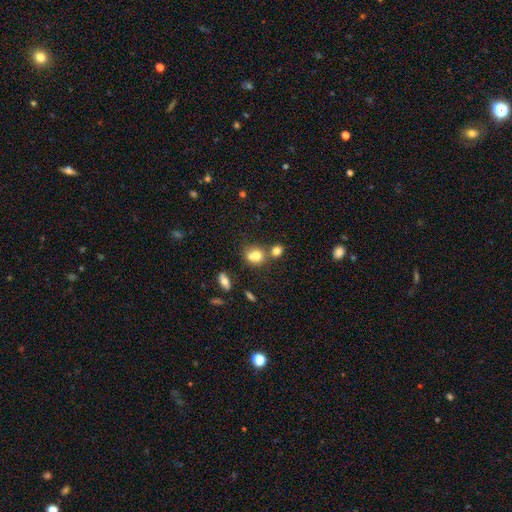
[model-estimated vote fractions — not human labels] Smooth or featured: smooth — 73% (featured or disk — 14%)
How rounded: round — 64% (in between — 35%)
Merging: merger — 47% (none — 38%)